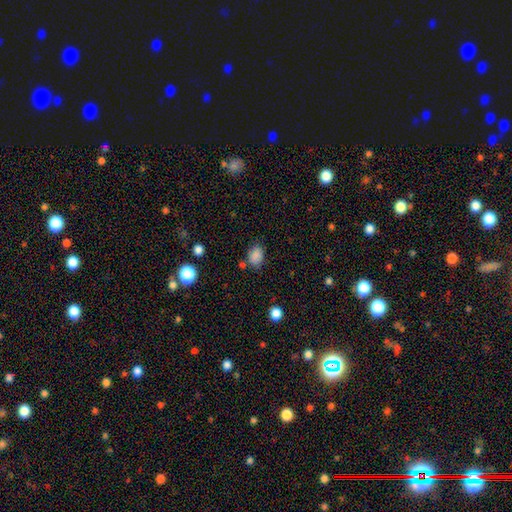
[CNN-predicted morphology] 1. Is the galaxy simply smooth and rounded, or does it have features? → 84% smooth, 11% star or artifact, 5% featured or disk.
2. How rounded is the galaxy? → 70% in between, 29% round, 1% cigar-shaped.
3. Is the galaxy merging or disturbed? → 70% none, 19% minor disturbance, 6% merger, 5% major disturbance.